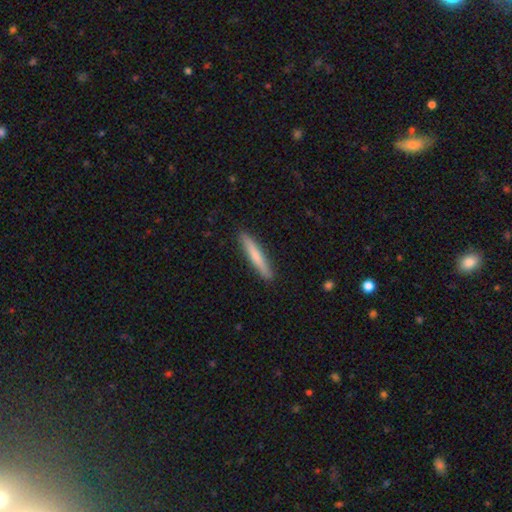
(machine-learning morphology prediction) A smooth galaxy with no disk features (69%) that is cigar-shaped (95%).

Vote fractions:
- Smooth or featured? smooth: 69% / featured or disk: 26% / star or artifact: 5%
- How rounded? cigar-shaped: 95% / in between: 4% / round: 1%
- Merging? none: 91% / minor disturbance: 7% / major disturbance: 1% / merger: 1%